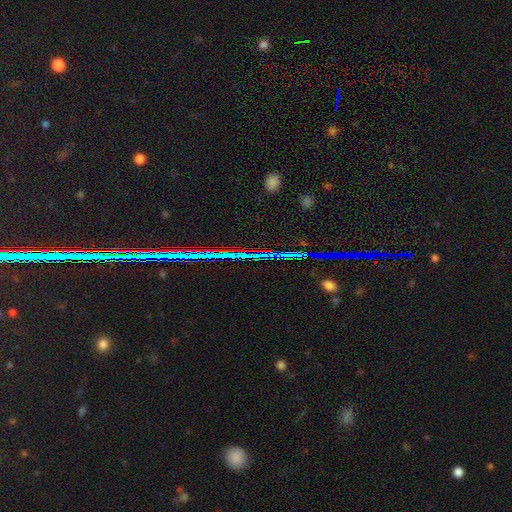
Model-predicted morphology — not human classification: Overall: star or artifact (85%).